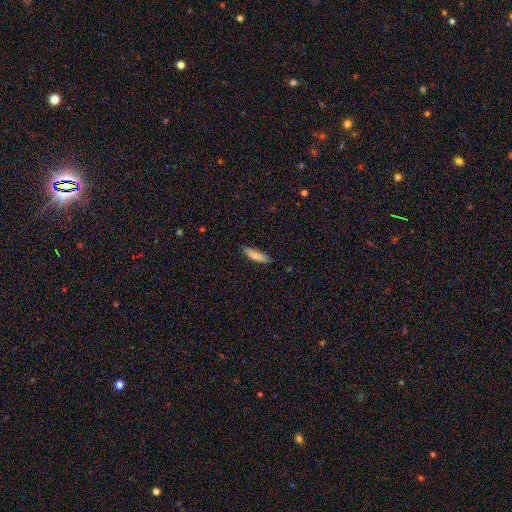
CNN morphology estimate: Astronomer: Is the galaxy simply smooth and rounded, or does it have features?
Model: smooth — 80%.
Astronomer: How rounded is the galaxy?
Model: cigar-shaped — 62%.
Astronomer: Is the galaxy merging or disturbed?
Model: none — 82%.